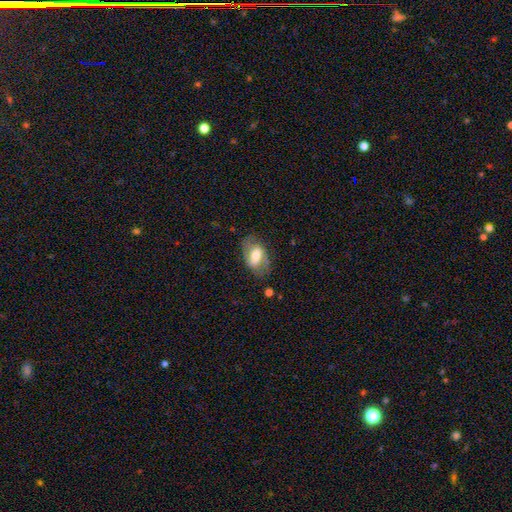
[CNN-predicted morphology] Smooth or featured: featured or disk — 52% (smooth — 41%)
Edge-on disk: no — 92% (yes — 8%)
Merging: none — 69% (minor disturbance — 20%)